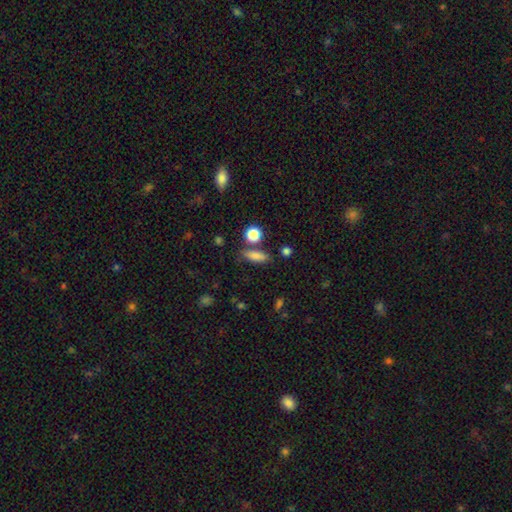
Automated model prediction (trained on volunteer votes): The model was most divided on "how rounded": in between: 47%, cigar-shaped: 42%, round: 11%. More confident: smooth or featured — smooth (80%); merging — none (76%).